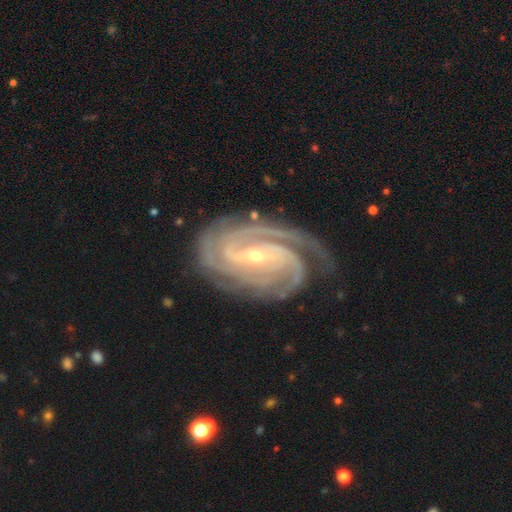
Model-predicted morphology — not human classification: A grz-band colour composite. It shows a featured or disk galaxy (93%) with a weak bar (40%), 3 (33%) tight (71%) spiral arms (99%) and a small central bulge (67%). Merging: none (77%).